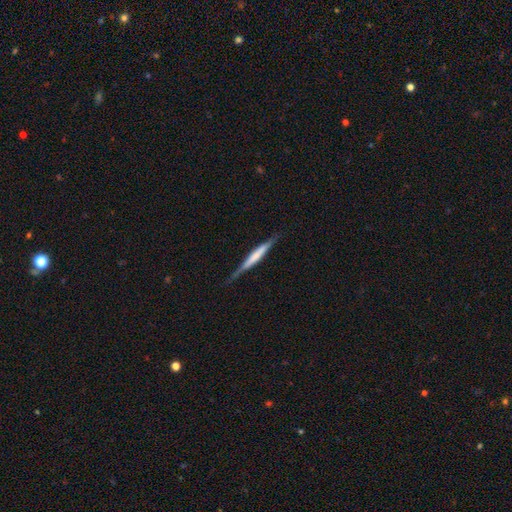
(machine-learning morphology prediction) smooth-or-featured: featured or disk: 54% | smooth: 41% | star or artifact: 5%
  disk-edge-on: yes: 97% | no: 3%
    edge-on-bulge: none: 47% | boxy: 32% | rounded: 21%
  merging: none: 79% | minor disturbance: 16% | major disturbance: 3% | merger: 2%